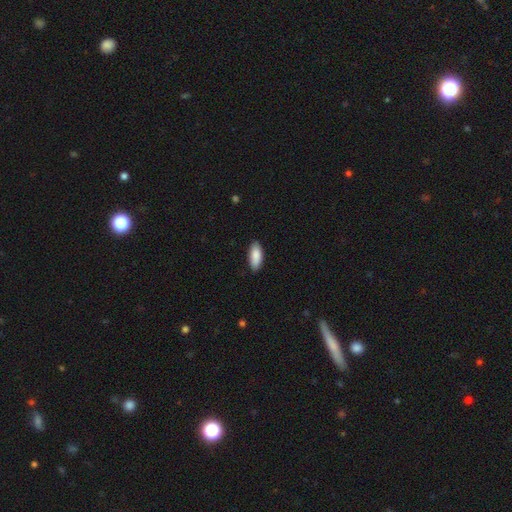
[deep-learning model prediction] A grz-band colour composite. It shows a smooth galaxy with no disk features (89%) that is in between round and cigar-shaped (84%). Merging: none (89%).